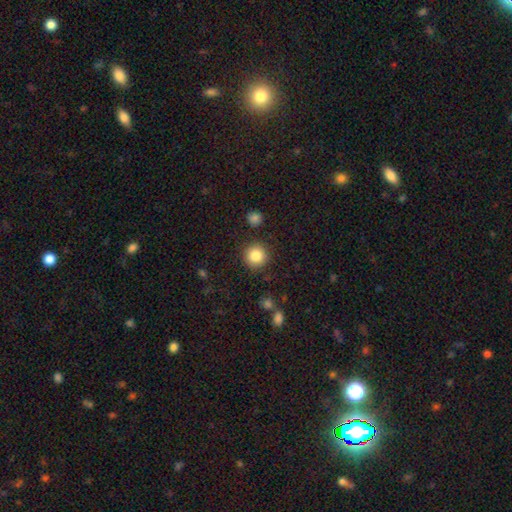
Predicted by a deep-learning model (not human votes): This is clearly a smooth galaxy (85%). How rounded: clearly round (94%). Merging: clearly none (90%).